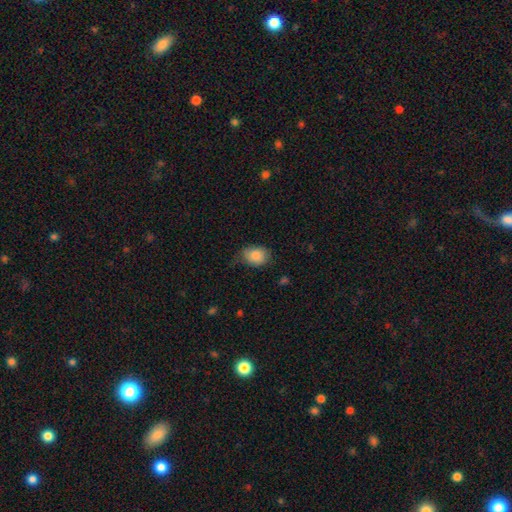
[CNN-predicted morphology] smooth-or-featured: smooth: 85% | star or artifact: 8% | featured or disk: 7%
  how-rounded: in between: 64% | round: 35% | cigar-shaped: 1%
  merging: none: 66% | minor disturbance: 27% | major disturbance: 6% | merger: 1%